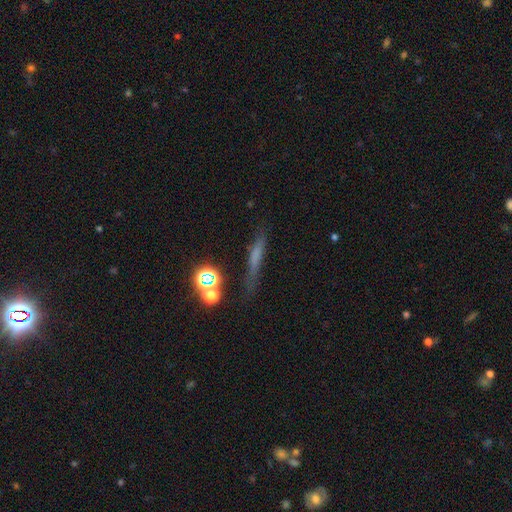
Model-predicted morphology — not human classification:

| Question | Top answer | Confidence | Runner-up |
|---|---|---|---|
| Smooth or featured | smooth | 53% | featured or disk (28%) |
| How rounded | cigar-shaped | 84% | in between (9%) |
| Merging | none | 65% | minor disturbance (20%) |